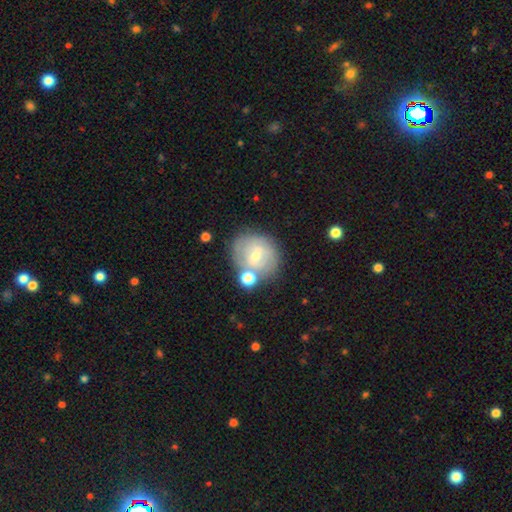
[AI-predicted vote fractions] Smooth or featured? Predicted: featured or disk (p=0.52). Edge-on disk? Predicted: no (p=0.96). Bar? Predicted: weak (p=0.49). Spiral arms? Predicted: yes (p=0.60). Bulge size? Predicted: small (p=0.54). Merging? Predicted: none (p=0.59).